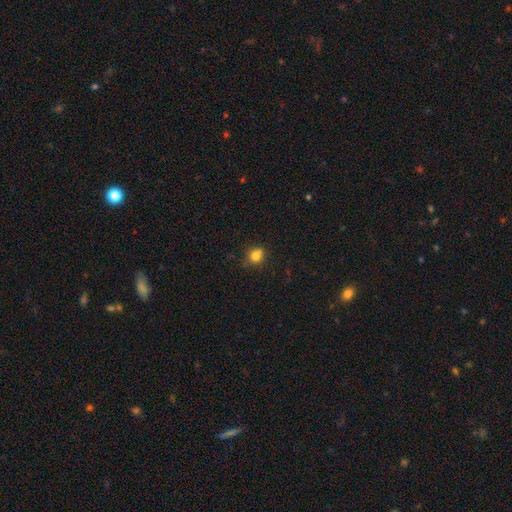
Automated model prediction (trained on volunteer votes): Smooth or featured?
  - smooth: 81% *
  - star or artifact: 12%
  - featured or disk: 6%
How rounded?
  - round: 78% *
  - in between: 21%
  - cigar-shaped: 1%
Merging?
  - none: 78% *
  - minor disturbance: 16%
  - major disturbance: 3%
  - merger: 3%